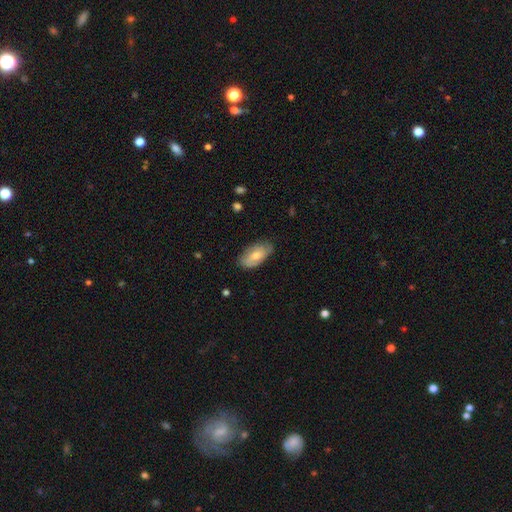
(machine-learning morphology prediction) Overall: smooth (68%). How rounded: in between (93%). Merging: none (72%).